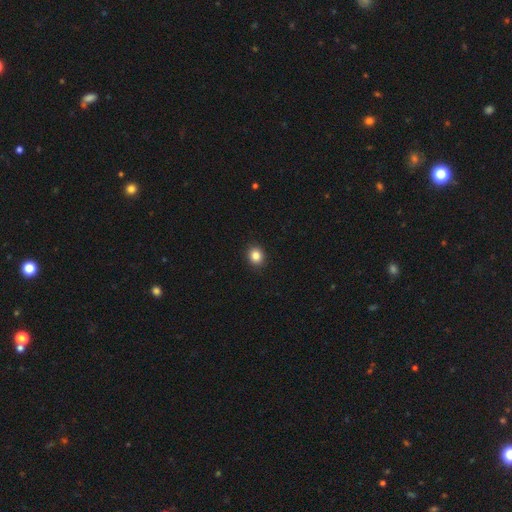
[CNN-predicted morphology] smooth_or_featured: smooth (p=0.85) [alt: star or artifact p=0.10]
how_rounded: round (p=0.76) [alt: in between p=0.23]
merging: none (p=0.91) [alt: minor disturbance p=0.06]